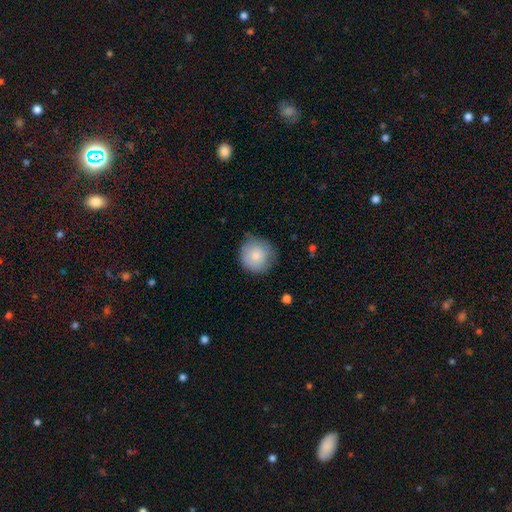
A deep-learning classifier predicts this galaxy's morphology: A smooth galaxy with no disk features (78%) that is round (93%).

Vote fractions:
- Smooth or featured? smooth: 78% / featured or disk: 16% / star or artifact: 6%
- How rounded? round: 93% / in between: 6% / cigar-shaped: 1%
- Merging? none: 72% / minor disturbance: 22% / major disturbance: 5% / merger: 1%